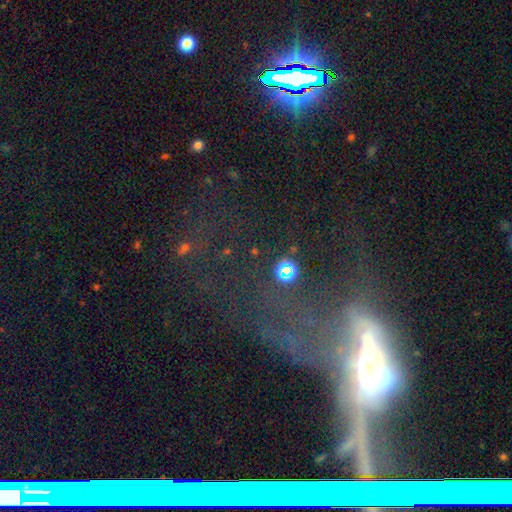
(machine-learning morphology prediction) Q: Smooth or featured?
A: star or artifact (40%); runner-up: featured or disk (39%)